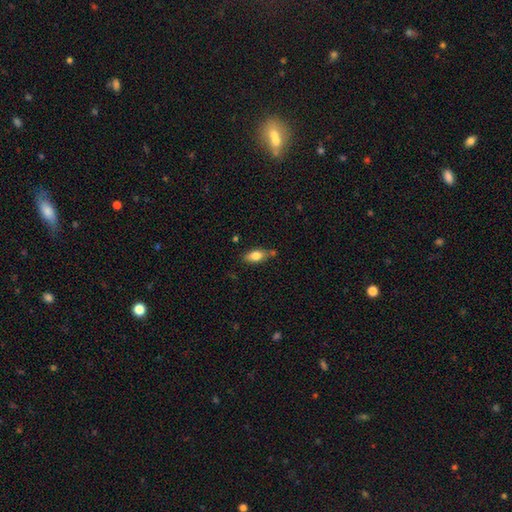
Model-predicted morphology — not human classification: This appears to be a smooth galaxy with no disk features (78%) that is in between round and cigar-shaped (86%). Merging: none (68%).